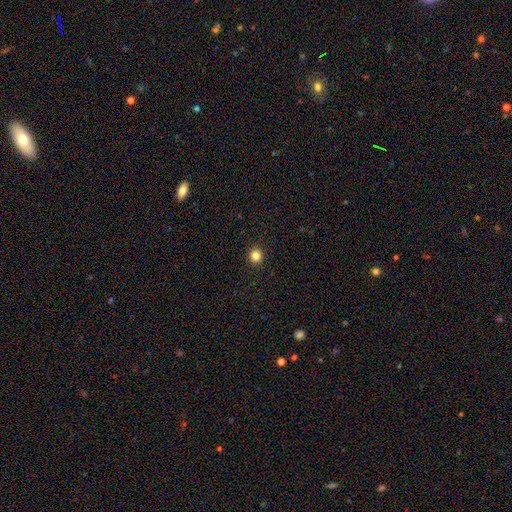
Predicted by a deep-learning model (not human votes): Overall: smooth (82%). How rounded: round (94%). Merging: none (94%).